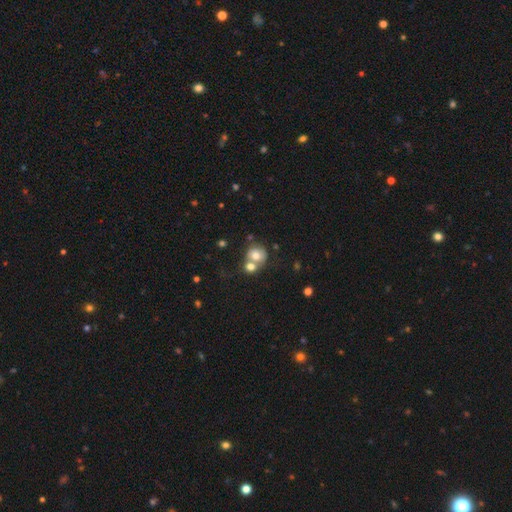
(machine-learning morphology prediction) Smooth or featured? Predicted: smooth (p=0.72). How rounded? Predicted: round (p=0.78). Merging? Predicted: merger (p=0.48).